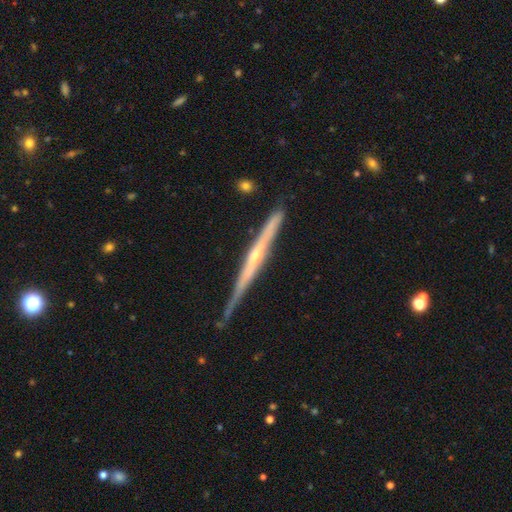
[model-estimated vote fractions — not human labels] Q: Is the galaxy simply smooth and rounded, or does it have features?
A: featured or disk — 79%.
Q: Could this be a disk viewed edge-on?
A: yes — 98%.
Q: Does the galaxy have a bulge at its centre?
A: rounded — 65%.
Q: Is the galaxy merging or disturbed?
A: none — 75%.